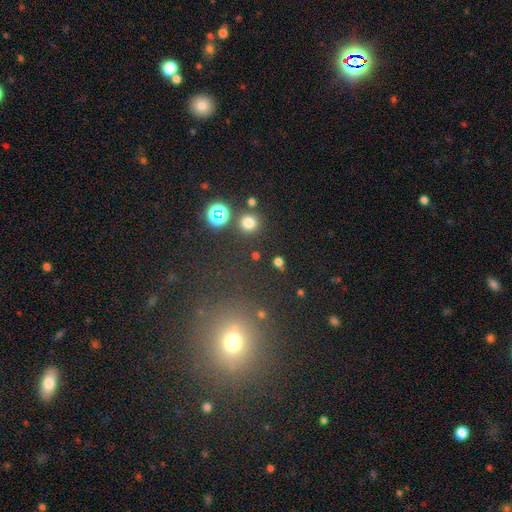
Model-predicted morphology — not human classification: This appears to be a smooth galaxy with no disk features (64%) that is round (90%). Merging: none (86%).